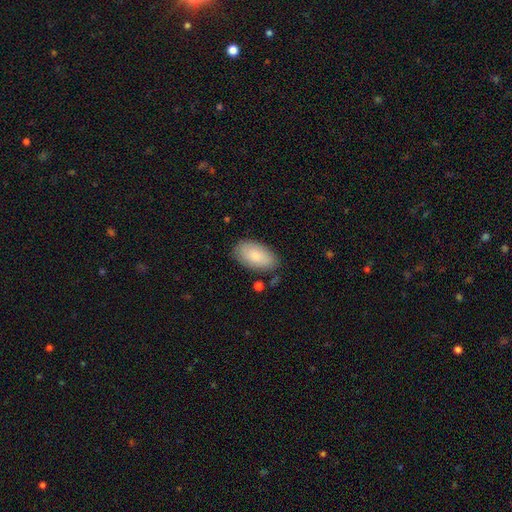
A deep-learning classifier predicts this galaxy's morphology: Q: Smooth or featured?
A: smooth (81%); runner-up: featured or disk (13%)
Q: How rounded?
A: in between (95%); runner-up: round (3%)
Q: Merging?
A: none (80%); runner-up: minor disturbance (14%)